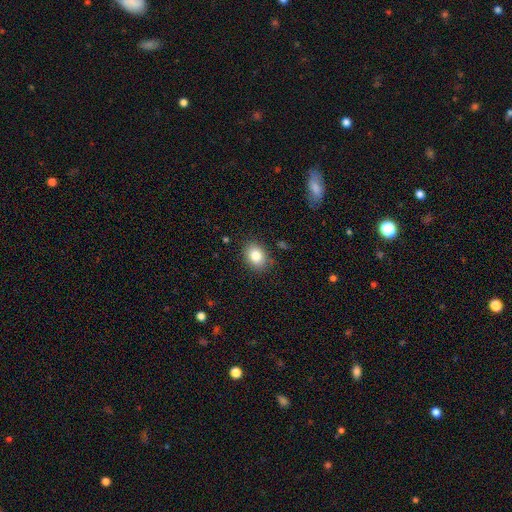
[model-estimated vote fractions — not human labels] Q: Smooth or featured?
A: smooth (83%); runner-up: star or artifact (9%)
Q: How rounded?
A: in between (60%); runner-up: round (39%)
Q: Merging?
A: none (85%); runner-up: minor disturbance (11%)